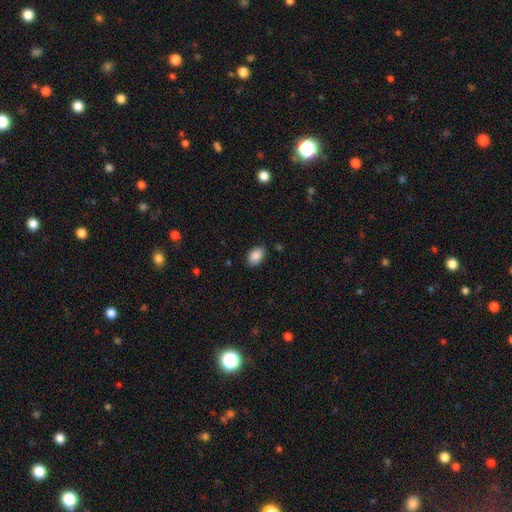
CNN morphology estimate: smooth-or-featured: smooth: 88% | star or artifact: 7% | featured or disk: 4%
  how-rounded: in between: 87% | round: 12% | cigar-shaped: 1%
  merging: none: 82% | minor disturbance: 14% | major disturbance: 3% | merger: 1%